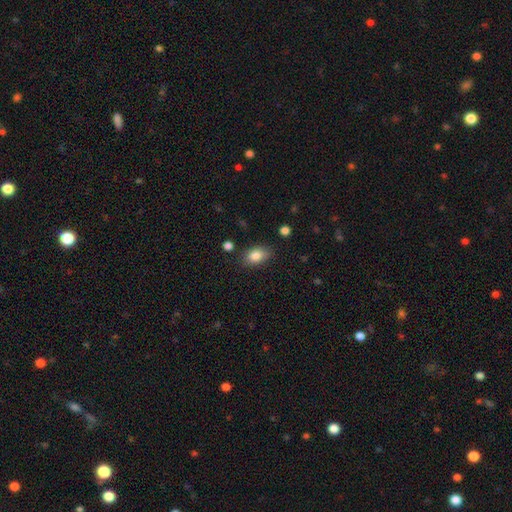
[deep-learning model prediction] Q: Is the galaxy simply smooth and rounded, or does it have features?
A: smooth — 83%.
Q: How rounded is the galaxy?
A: in between — 85%.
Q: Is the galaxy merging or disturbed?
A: none — 81%.